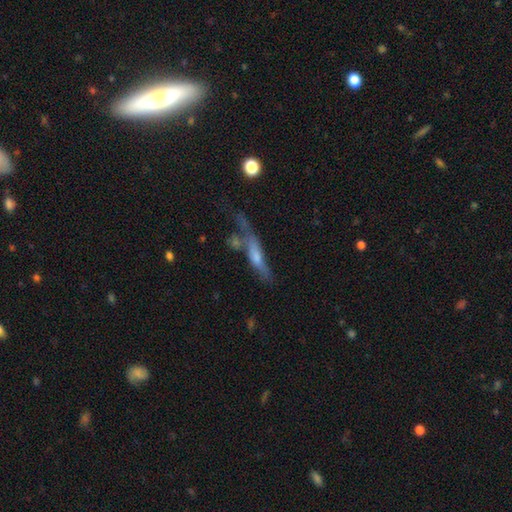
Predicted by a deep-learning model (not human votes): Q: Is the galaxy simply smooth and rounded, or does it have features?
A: featured or disk — 50%.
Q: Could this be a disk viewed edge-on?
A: yes — 65%.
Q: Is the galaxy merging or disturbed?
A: none — 33%.